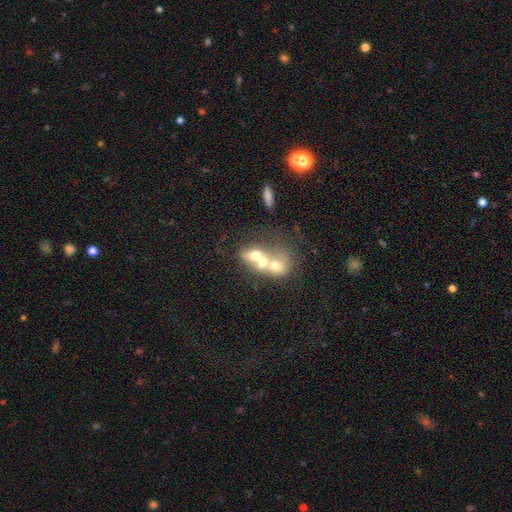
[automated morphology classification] smooth-or-featured: smooth: 55% | featured or disk: 33% | star or artifact: 12%
  how-rounded: round: 49% (tied) | in between: 49% (tied) | cigar-shaped: 2%
  merging: merger: 75% | none: 14% | major disturbance: 5% | minor disturbance: 5%